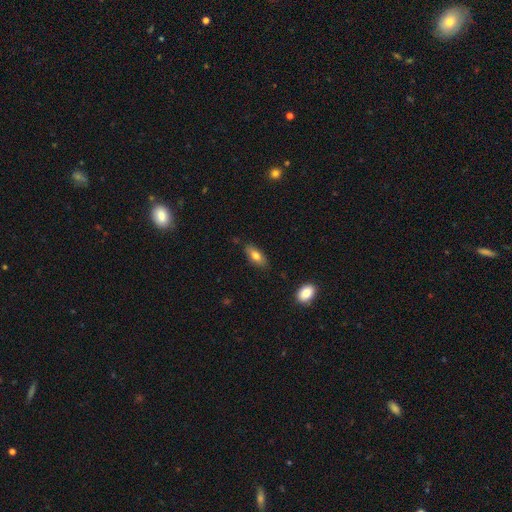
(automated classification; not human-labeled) The model was most divided on "smooth or featured": smooth: 76%, featured or disk: 17%, star or artifact: 7%. More confident: merging — none (81%); how rounded — in between (80%).